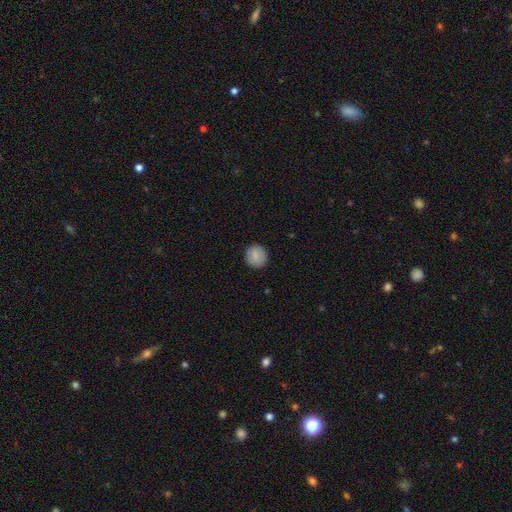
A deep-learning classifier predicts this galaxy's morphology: A smooth galaxy with no disk features (86%) that is round (94%). Merging: none (91%).